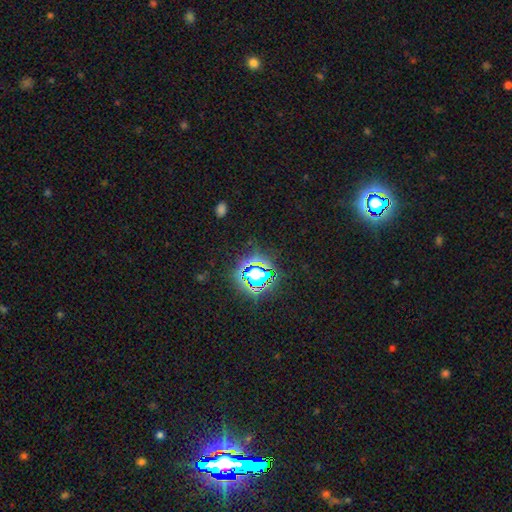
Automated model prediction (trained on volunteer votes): This is clearly a star or artifact rather than a galaxy (82%).